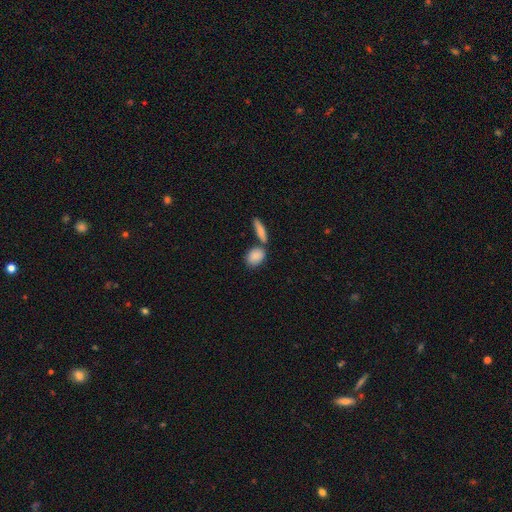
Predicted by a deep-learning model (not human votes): smooth-or-featured: smooth: 86% | featured or disk: 8% | star or artifact: 6%
  how-rounded: in between: 73% | round: 21% | cigar-shaped: 7%
  merging: none: 61% | merger: 23% | minor disturbance: 12% | major disturbance: 3%